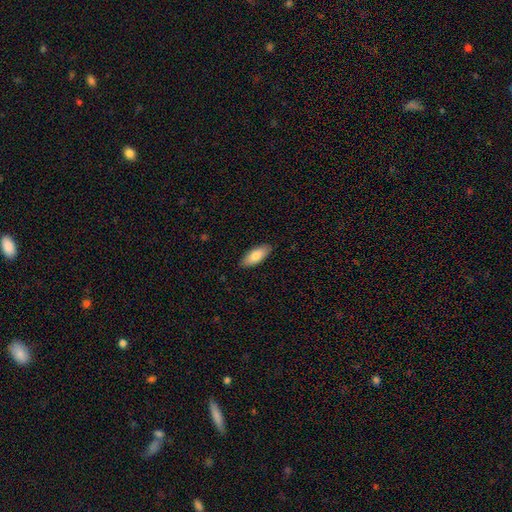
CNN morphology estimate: Q: Smooth or featured?
A: smooth (80%); runner-up: featured or disk (14%)
Q: How rounded?
A: in between (80%); runner-up: cigar-shaped (18%)
Q: Merging?
A: none (88%); runner-up: minor disturbance (9%)